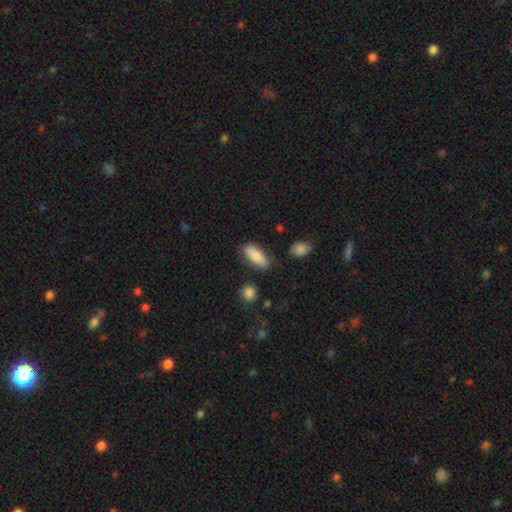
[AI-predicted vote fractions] The model was most divided on "how rounded": in between: 70%, cigar-shaped: 28%, round: 2%. More confident: smooth or featured — smooth (80%); merging — none (75%).